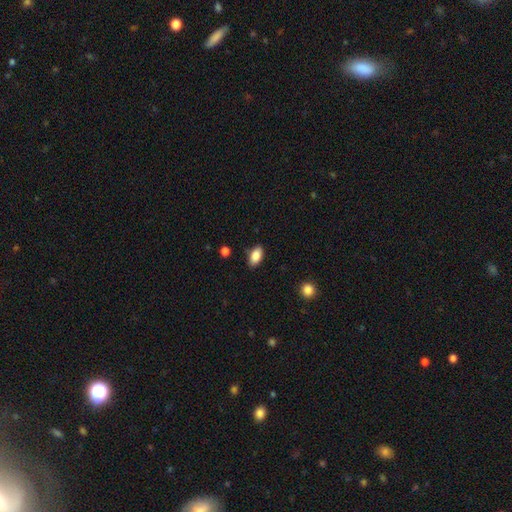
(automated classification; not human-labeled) This appears to be a smooth galaxy with no disk features (86%) that is in between round and cigar-shaped (91%). Merging: none (84%).